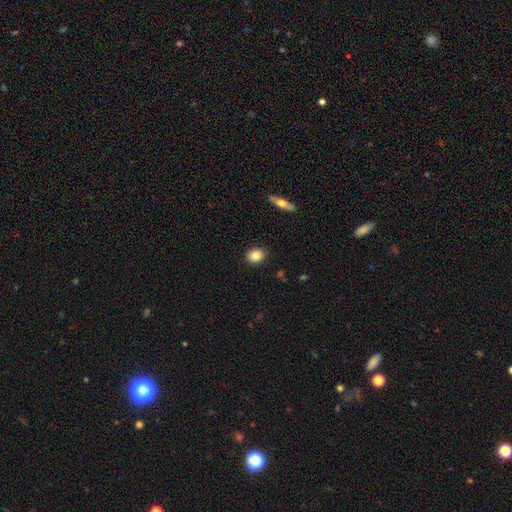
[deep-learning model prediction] This appears to be a smooth galaxy with no disk features (86%) that is round (52%). Merging: none (90%).